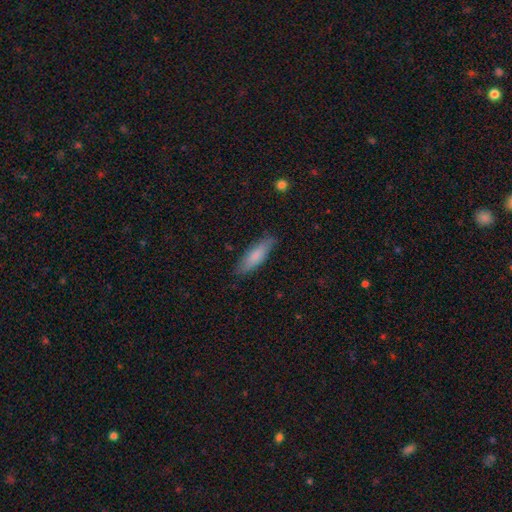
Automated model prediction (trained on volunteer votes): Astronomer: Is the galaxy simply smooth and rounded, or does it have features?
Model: smooth — 79%.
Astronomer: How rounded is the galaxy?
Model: cigar-shaped — 60% (runner-up: in between, 39%).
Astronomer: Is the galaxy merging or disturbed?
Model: none — 84%.